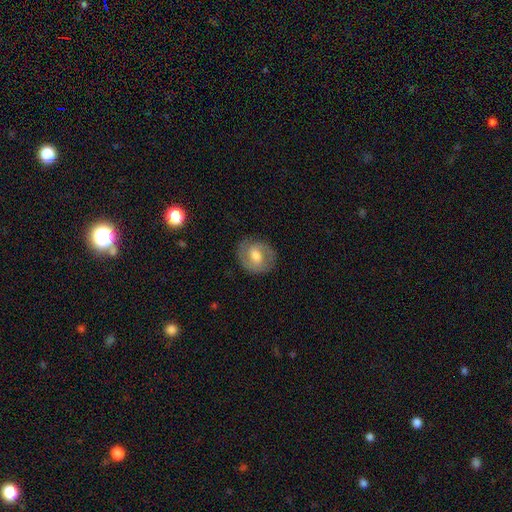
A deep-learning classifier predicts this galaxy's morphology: This appears to be a featured or disk galaxy (61%) with a weak bar (50%), spiral arms (79%) and a moderate central bulge (61%). Merging: none (81%).